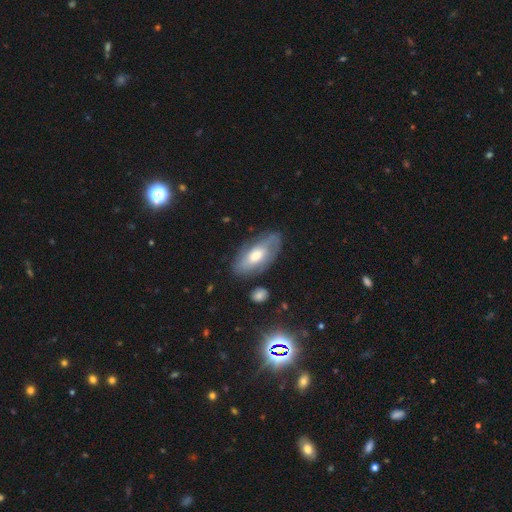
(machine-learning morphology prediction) Q: Smooth or featured?
A: featured or disk (47%); runner-up: smooth (46%)
Q: Merging?
A: none (70%); runner-up: minor disturbance (21%)